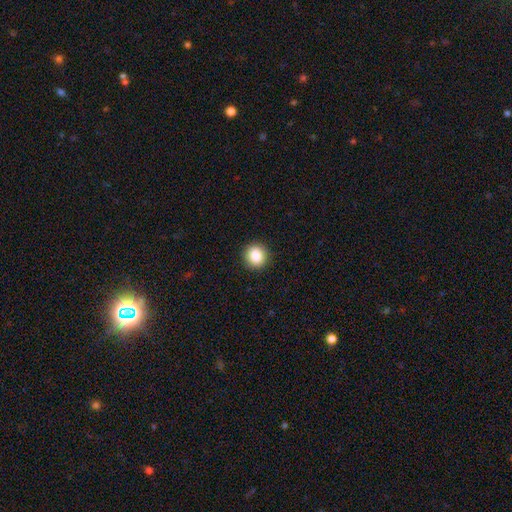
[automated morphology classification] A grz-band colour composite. It shows a smooth galaxy with no disk features (87%) that is round (92%). Merging: none (92%).